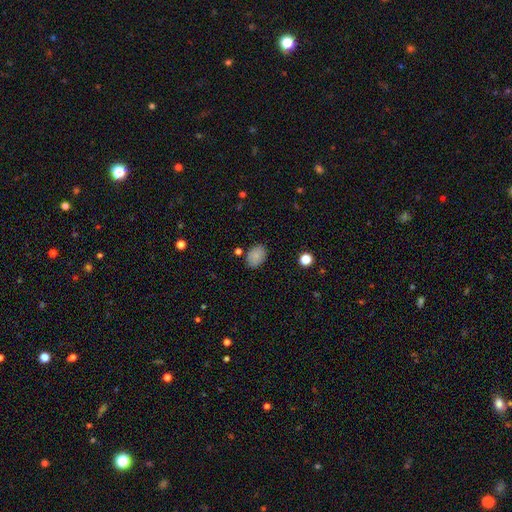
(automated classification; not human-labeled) Smooth or featured: smooth — 83% (star or artifact — 9%)
How rounded: in between — 73% (round — 26%)
Merging: none — 83% (minor disturbance — 12%)